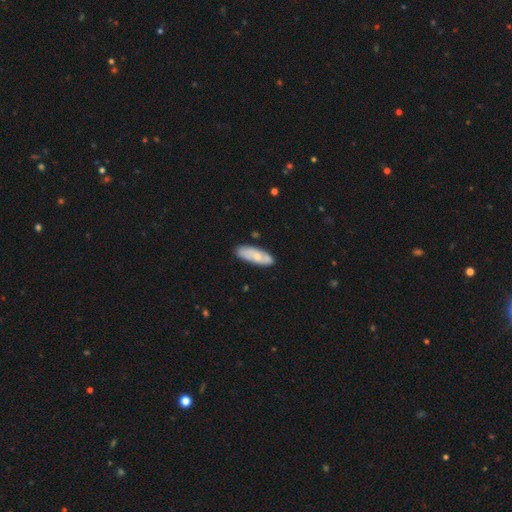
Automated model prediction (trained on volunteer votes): Morphology: type=smooth (64%); roundness=in between (59%); merging=none (80%).